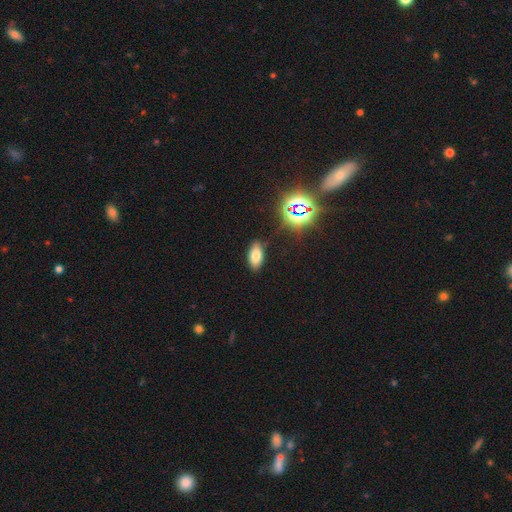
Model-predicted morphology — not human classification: smooth_or_featured: smooth (p=0.72) [alt: star or artifact p=0.17]
how_rounded: in between (p=0.89) [alt: cigar-shaped p=0.07]
merging: none (p=0.85) [alt: minor disturbance p=0.10]